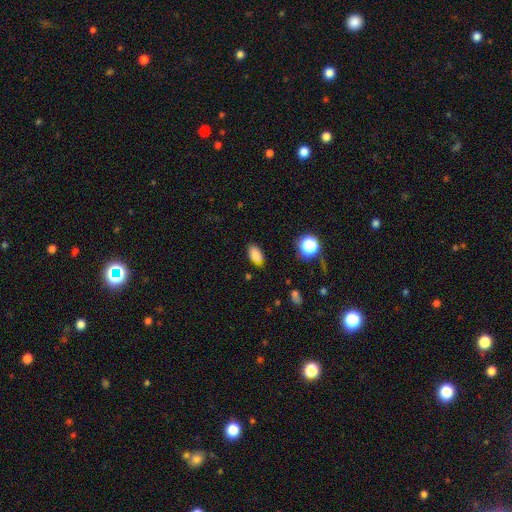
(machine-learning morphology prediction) Smooth or featured? smooth (82%)
How rounded? in between (90%)
Merging? none (80%)